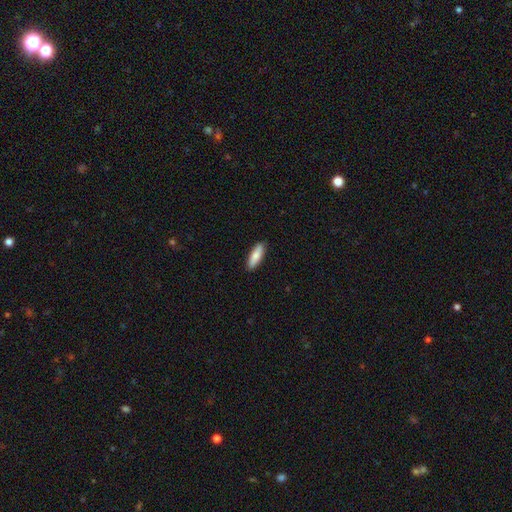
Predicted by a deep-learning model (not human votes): This is likely a smooth galaxy (80%). How rounded: possibly in between (50%). Merging: clearly none (90%).